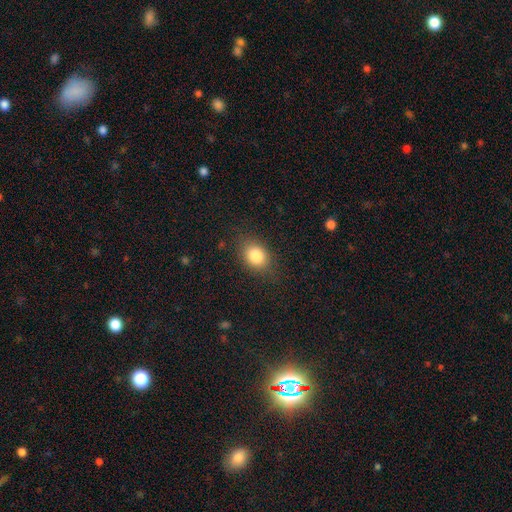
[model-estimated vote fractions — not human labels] Morphology: type=smooth (83%); roundness=in between (62%); merging=none (81%).